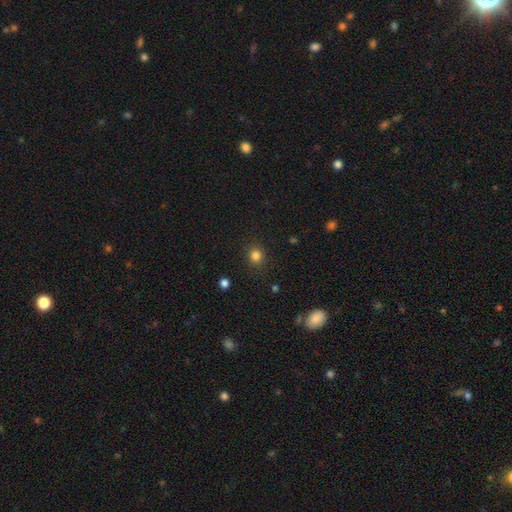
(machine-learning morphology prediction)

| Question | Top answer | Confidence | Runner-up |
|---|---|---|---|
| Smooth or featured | smooth | 83% | star or artifact (13%) |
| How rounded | round | 84% | in between (16%) |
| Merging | none | 89% | minor disturbance (7%) |